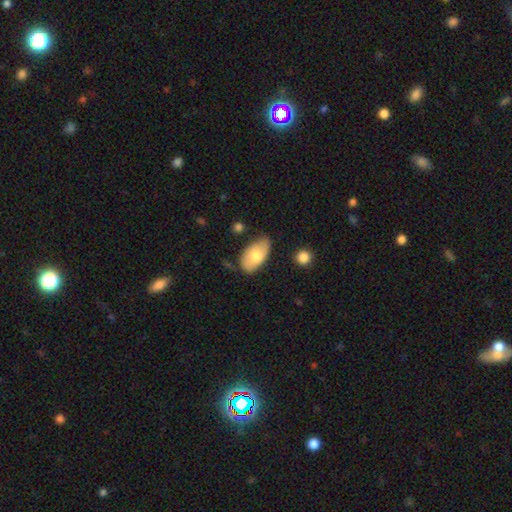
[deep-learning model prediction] Smooth or featured? Predicted: smooth (p=0.69). How rounded? Predicted: in between (p=0.95). Merging? Predicted: none (p=0.65).